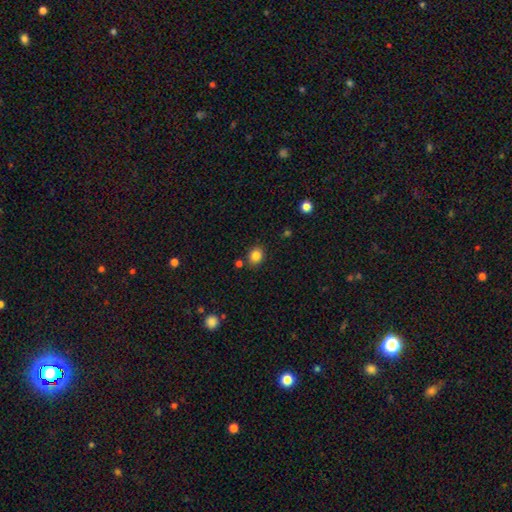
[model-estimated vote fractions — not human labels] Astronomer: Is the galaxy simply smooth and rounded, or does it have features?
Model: smooth — 84%.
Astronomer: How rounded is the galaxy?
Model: round — 64%.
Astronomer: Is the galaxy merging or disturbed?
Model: none — 83%.